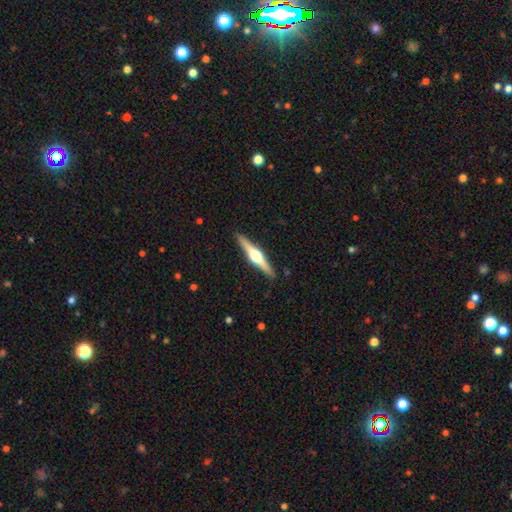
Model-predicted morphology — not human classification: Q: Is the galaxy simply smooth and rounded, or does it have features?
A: featured or disk — 76%.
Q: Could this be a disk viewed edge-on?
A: yes — 98%.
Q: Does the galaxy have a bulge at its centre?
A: rounded — 95%.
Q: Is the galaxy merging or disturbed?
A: none — 91%.